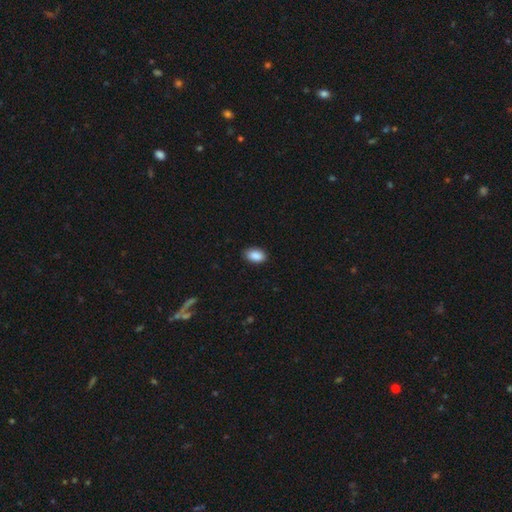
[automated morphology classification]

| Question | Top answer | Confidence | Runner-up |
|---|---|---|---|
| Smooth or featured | smooth | 90% | star or artifact (7%) |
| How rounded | in between | 93% | round (6%) |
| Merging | none | 87% | minor disturbance (10%) |